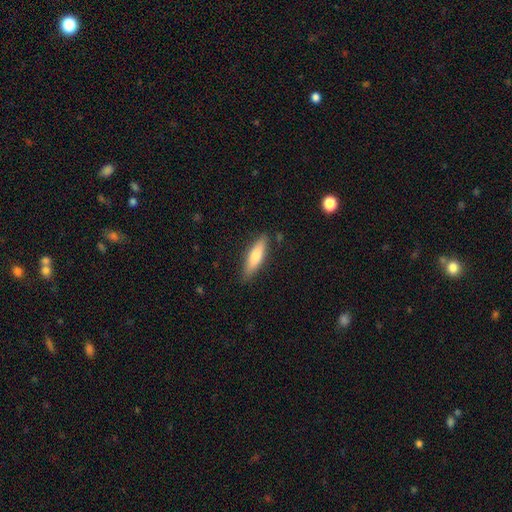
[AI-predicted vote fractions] Smooth or featured: smooth — 71% (featured or disk — 23%)
How rounded: cigar-shaped — 71% (in between — 28%)
Merging: none — 85% (minor disturbance — 11%)